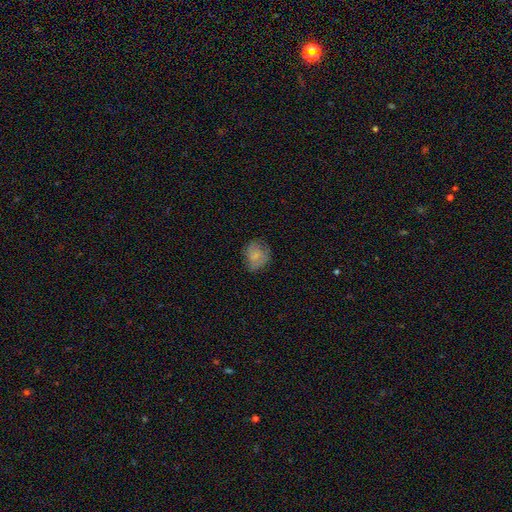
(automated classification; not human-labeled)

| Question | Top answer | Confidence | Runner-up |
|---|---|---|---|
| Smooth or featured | smooth | 71% | featured or disk (18%) |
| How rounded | round | 54% | in between (45%) |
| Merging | none | 58% | minor disturbance (29%) |